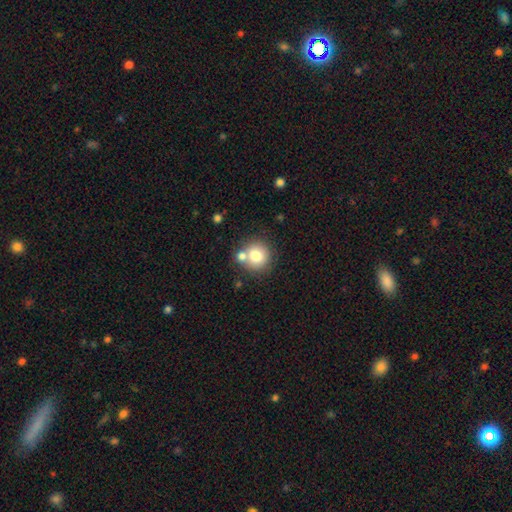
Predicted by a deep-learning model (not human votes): This is likely a smooth galaxy (77%). How rounded: clearly round (89%). Merging: likely none (61%).